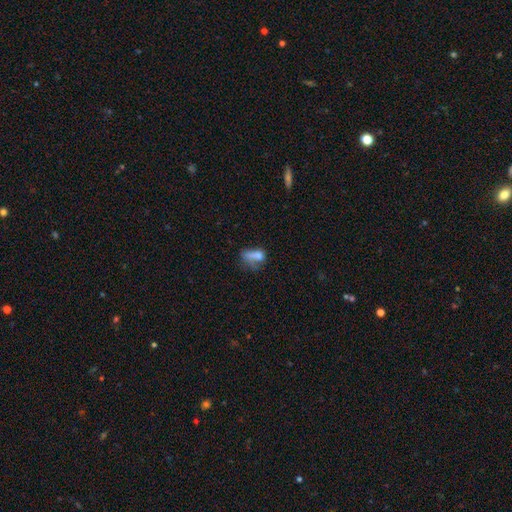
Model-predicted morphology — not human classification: smooth_or_featured: smooth (p=0.68) [alt: featured or disk p=0.19]
how_rounded: in between (p=0.72) [alt: round p=0.15]
merging: major disturbance (p=0.33) [alt: none p=0.27]